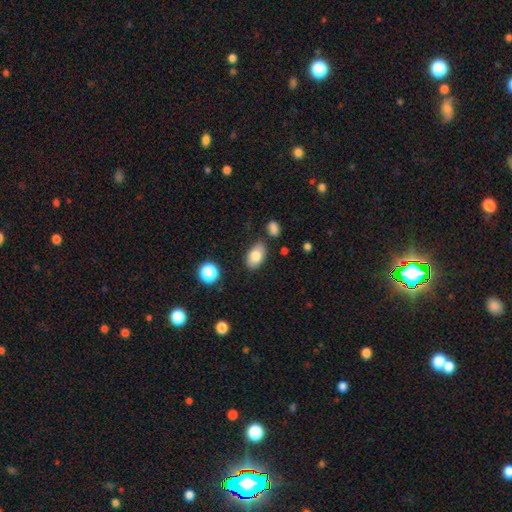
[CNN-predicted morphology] Smooth or featured? smooth (79%)
How rounded? in between (91%)
Merging? none (78%)